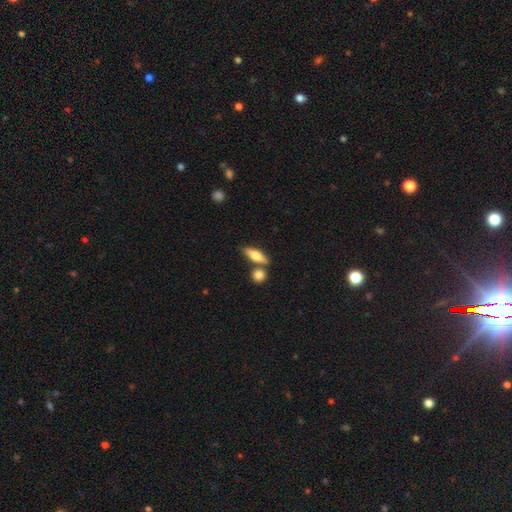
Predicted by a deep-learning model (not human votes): Overall: smooth (61%; featured or disk 32%). How rounded: in between (51%; cigar-shaped 44%). Merging: none (69%).